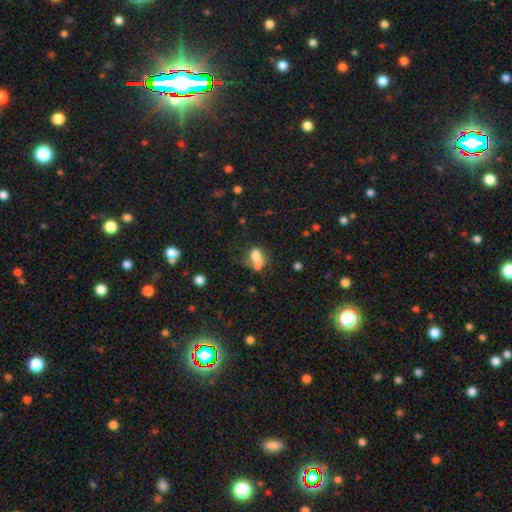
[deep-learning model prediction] This appears to be a smooth galaxy with no disk features (66%) that is in between round and cigar-shaped (71%). Merging: merger (31%).